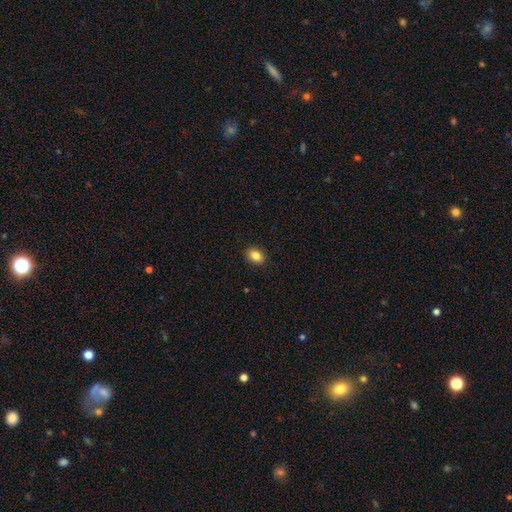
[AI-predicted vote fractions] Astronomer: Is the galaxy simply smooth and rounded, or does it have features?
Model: smooth — 84%.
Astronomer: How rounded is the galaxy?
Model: in between — 66%.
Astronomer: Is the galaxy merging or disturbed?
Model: none — 90%.